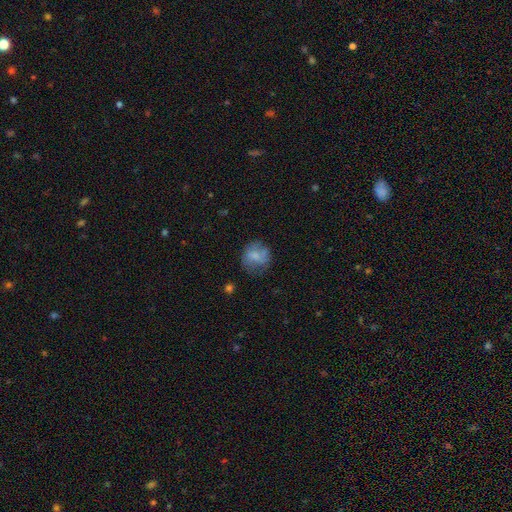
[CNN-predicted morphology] The model was most divided on "merging": none: 58%, minor disturbance: 25%, major disturbance: 15%, merger: 2%. More confident: how rounded — round (74%); smooth or featured — smooth (67%).